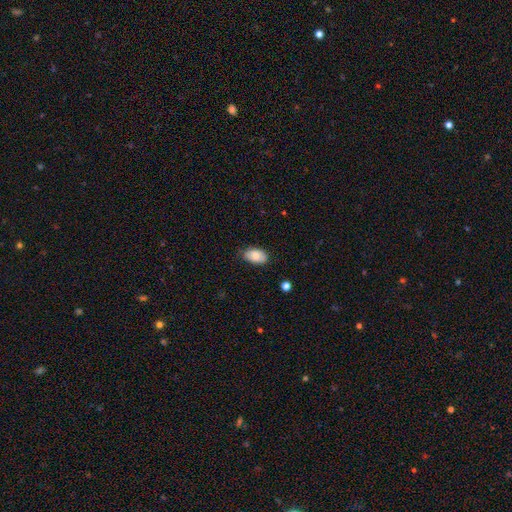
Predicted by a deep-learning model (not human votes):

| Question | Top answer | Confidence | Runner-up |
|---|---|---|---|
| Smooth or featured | smooth | 80% | featured or disk (14%) |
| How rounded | in between | 93% | round (6%) |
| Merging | none | 75% | minor disturbance (20%) |